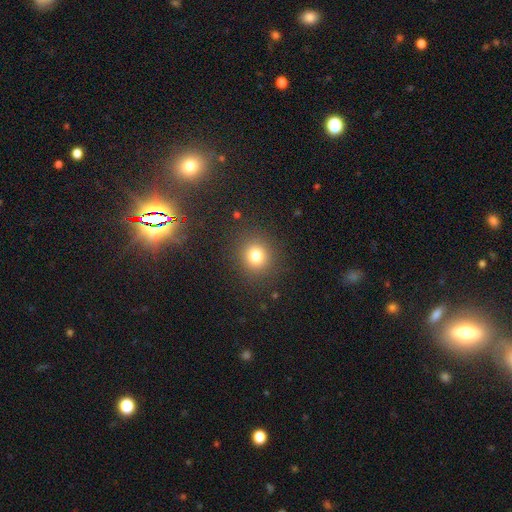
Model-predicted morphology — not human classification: Overall: smooth (78%). How rounded: round (87%). Merging: none (88%).